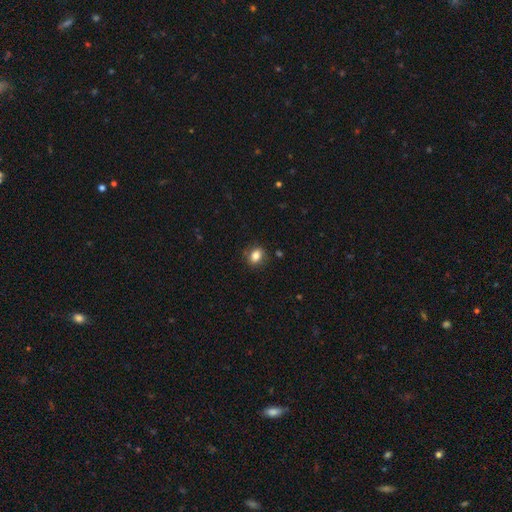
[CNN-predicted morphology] A smooth galaxy with no disk features (82%) that is in between round and cigar-shaped (59%).

Vote fractions:
- Smooth or featured? smooth: 82% / star or artifact: 10% / featured or disk: 8%
- How rounded? in between: 59% / round: 40% / cigar-shaped: 1%
- Merging? none: 83% / minor disturbance: 12% / major disturbance: 3% / merger: 2%